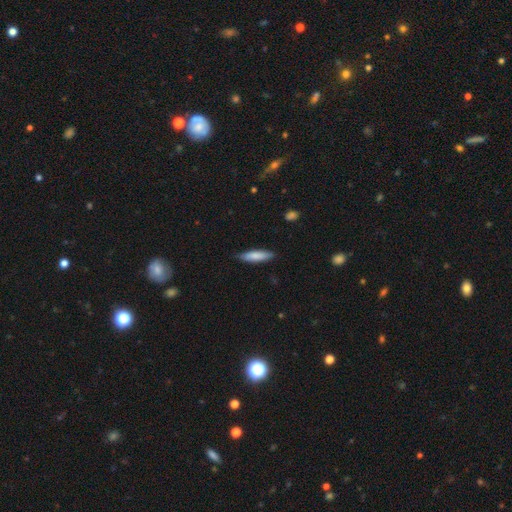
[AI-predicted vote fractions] Smooth or featured?
  - smooth: 79% *
  - featured or disk: 15%
  - star or artifact: 5%
How rounded?
  - cigar-shaped: 71% *
  - in between: 27%
  - round: 1%
Merging?
  - none: 82% *
  - minor disturbance: 14%
  - major disturbance: 2%
  - merger: 1%